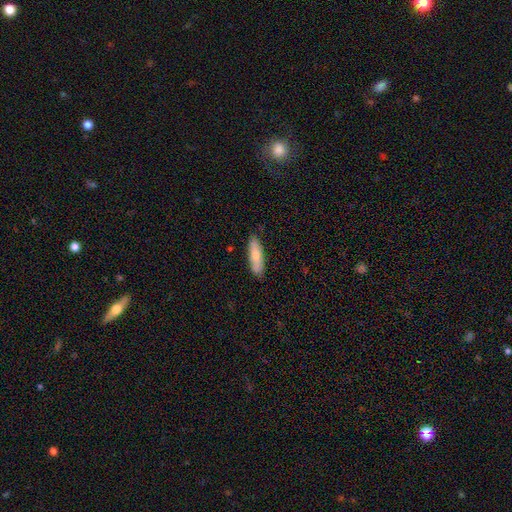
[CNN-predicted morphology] This appears to be a smooth galaxy with no disk features (76%) that is cigar-shaped (55%). Merging: none (84%).